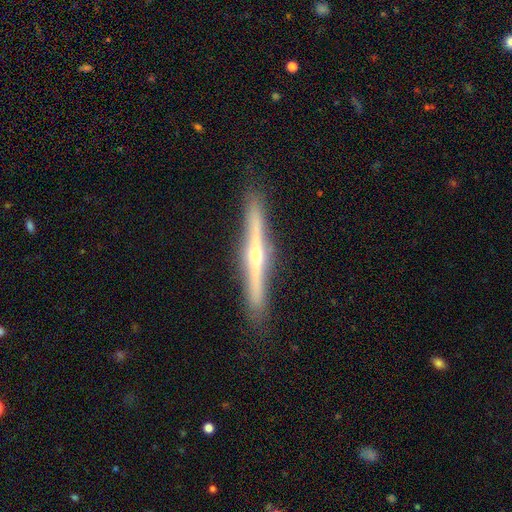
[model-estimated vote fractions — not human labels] Morphology: type=featured or disk (79%); edge-on=yes (97%); edge-on bulge=rounded (89%); merging=none (90%).